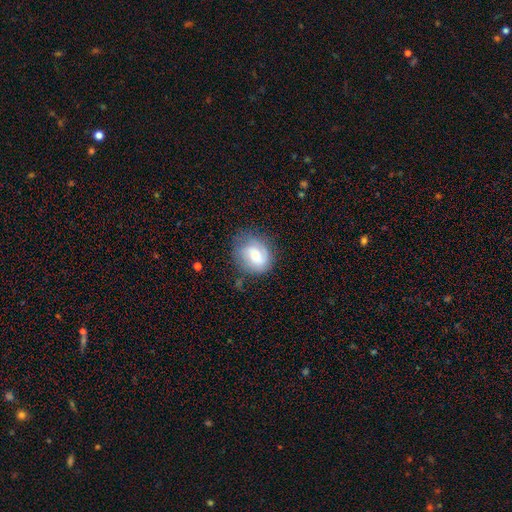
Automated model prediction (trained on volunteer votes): Smooth or featured? featured or disk (50%)
Merging? none (63%)